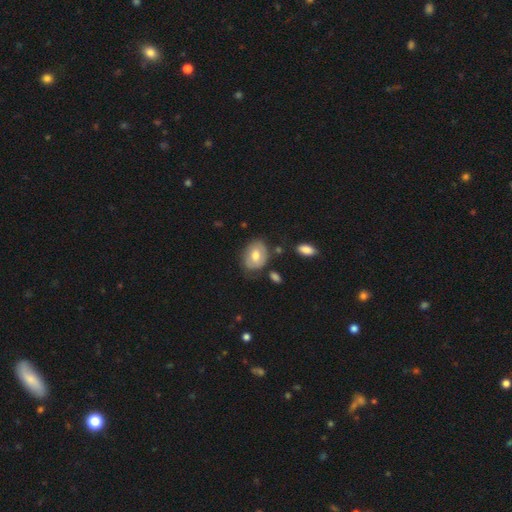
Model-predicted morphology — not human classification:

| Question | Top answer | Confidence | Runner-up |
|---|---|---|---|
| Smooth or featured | smooth | 60% | featured or disk (34%) |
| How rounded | in between | 69% | round (30%) |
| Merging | none | 65% | minor disturbance (24%) |